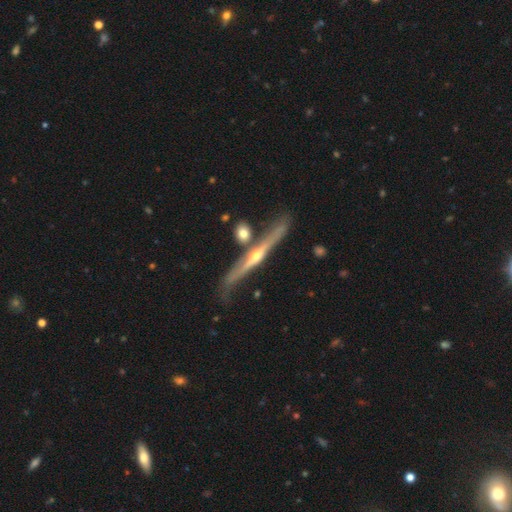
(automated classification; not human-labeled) This is clearly a featured or disk galaxy (81%). It is clearly viewed edge-on (96%). Edge-on bulge: clearly rounded (86%). Merging: likely none (72%).